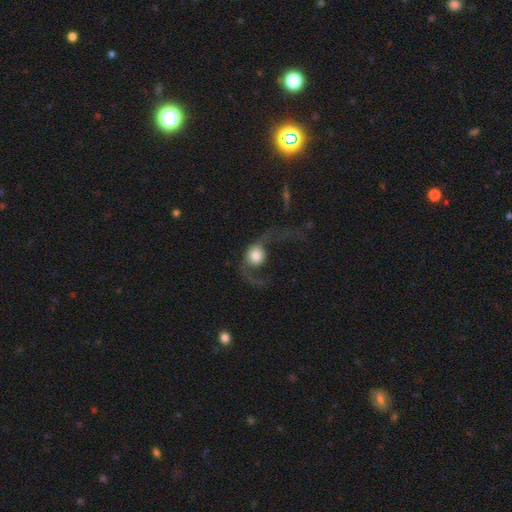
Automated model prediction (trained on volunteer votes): The model was most divided on "smooth or featured": smooth: 51%, featured or disk: 41%, star or artifact: 8%. More confident: how rounded — round (73%); merging — major disturbance (62%).